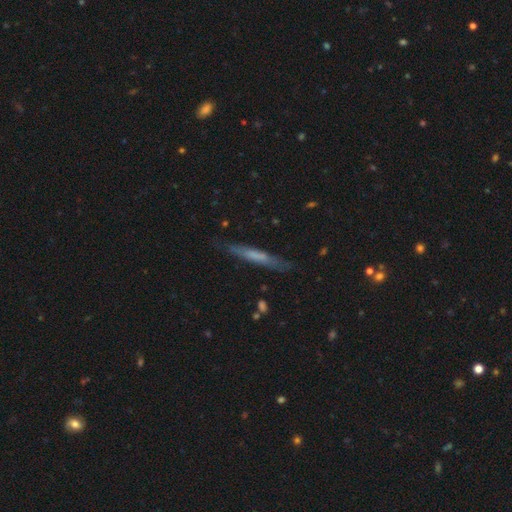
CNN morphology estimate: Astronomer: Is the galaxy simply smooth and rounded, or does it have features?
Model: smooth — 53% (runner-up: featured or disk, 41%).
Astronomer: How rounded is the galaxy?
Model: cigar-shaped — 93%.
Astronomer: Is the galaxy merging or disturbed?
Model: none — 81%.